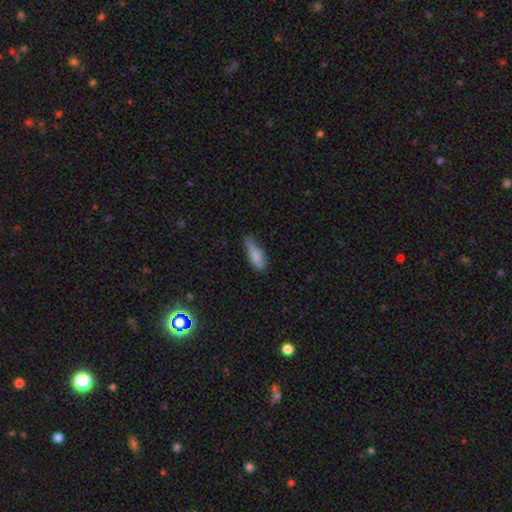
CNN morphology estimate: This is clearly a smooth galaxy (83%). How rounded: possibly in between (52%). Merging: possibly none (48%).